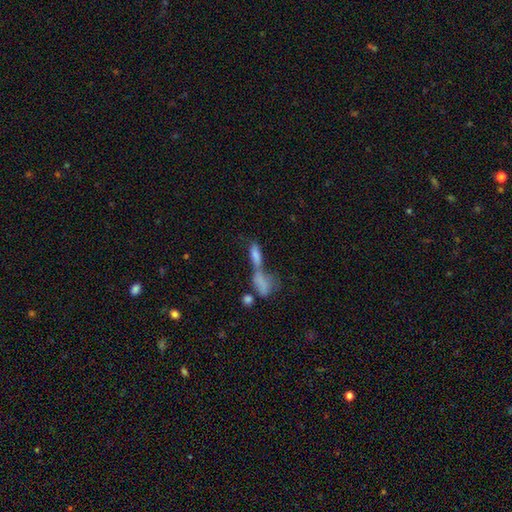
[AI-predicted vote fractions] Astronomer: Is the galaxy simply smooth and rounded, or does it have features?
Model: smooth — 46% (runner-up: featured or disk, 29%).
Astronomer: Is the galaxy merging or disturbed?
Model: merger — 56%.